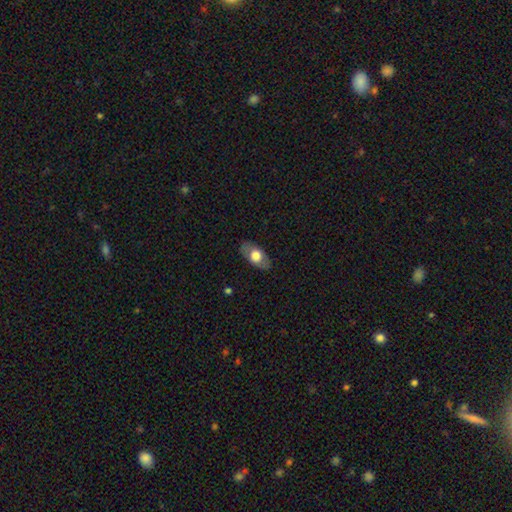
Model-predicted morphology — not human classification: smooth 61%, featured or disk 33%, star or artifact 6%. Down the decision tree: how rounded — in between (90%); merging — none (84%).